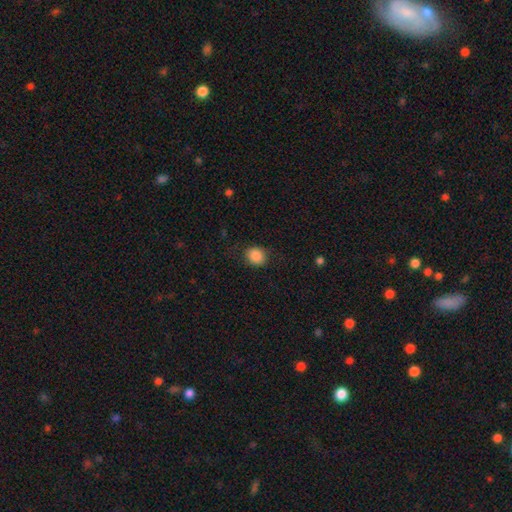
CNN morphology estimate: The model was most divided on "how rounded": round: 64%, in between: 35%, cigar-shaped: 1%. More confident: smooth or featured — smooth (87%); merging — none (84%).